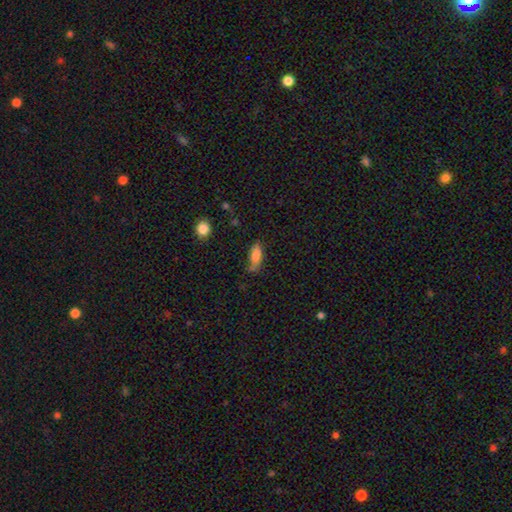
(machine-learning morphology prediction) Smooth or featured? Predicted: smooth (p=0.80). How rounded? Predicted: in between (p=0.74). Merging? Predicted: none (p=0.55).